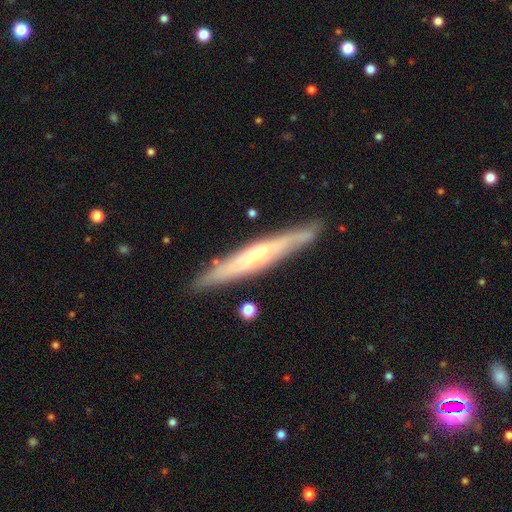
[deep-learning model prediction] Q: Smooth or featured?
A: featured or disk (58%); runner-up: smooth (36%)
Q: Edge-on disk?
A: yes (89%); runner-up: no (11%)
Q: Edge-on bulge?
A: none (47%); runner-up: rounded (42%)
Q: Merging?
A: none (87%); runner-up: minor disturbance (10%)